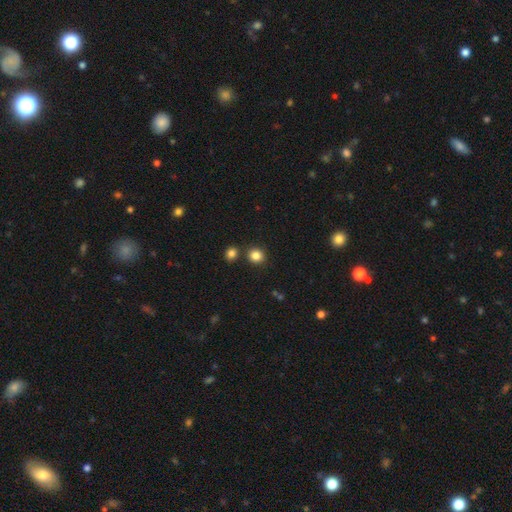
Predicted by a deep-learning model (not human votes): This appears to be a smooth galaxy with no disk features (84%) that is round (83%). Merging: none (81%).